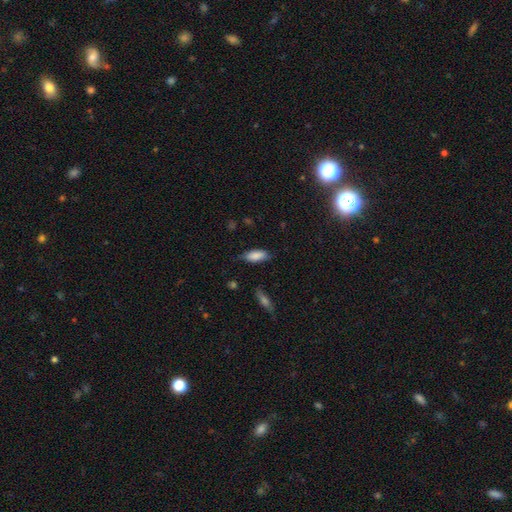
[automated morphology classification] A smooth galaxy with no disk features (85%) that is in between round and cigar-shaped (78%).

Vote fractions:
- Smooth or featured? smooth: 85% / featured or disk: 8% / star or artifact: 7%
- How rounded? in between: 78% / cigar-shaped: 20% / round: 2%
- Merging? none: 69% / minor disturbance: 25% / major disturbance: 5% / merger: 2%